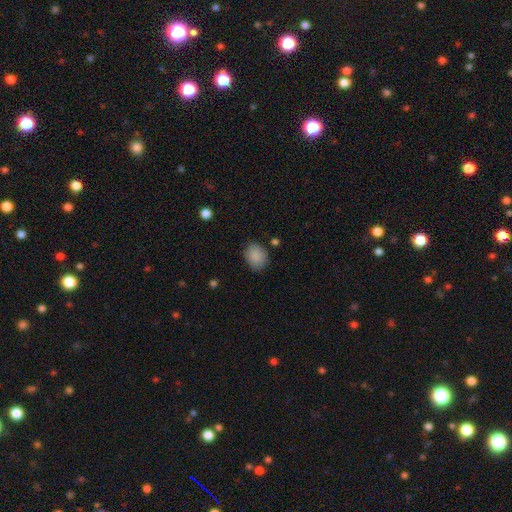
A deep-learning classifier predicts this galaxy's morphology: type=smooth (88%); roundness=in between (52%); merging=none (81%).